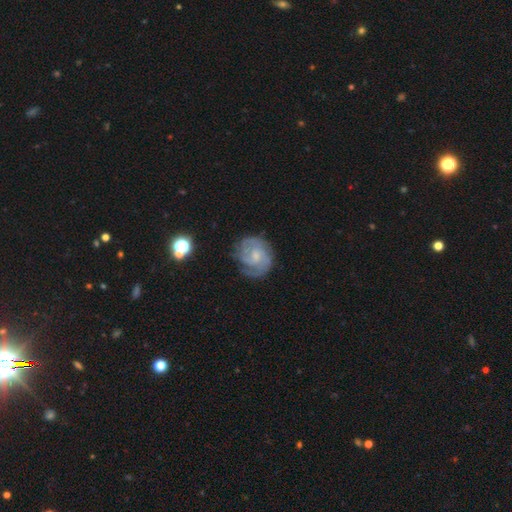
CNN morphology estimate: The model was most divided on "spiral arm count": 2: 34%, can't tell: 31%, 3: 20%, 1: 7%, 4: 5%, more than 4: 4%. More confident: edge-on disk — no (98%); spiral arms — yes (92%); smooth or featured — featured or disk (75%); merging — none (67%); bar — no (59%); spiral winding — tight (55%); bulge size — small (53%).